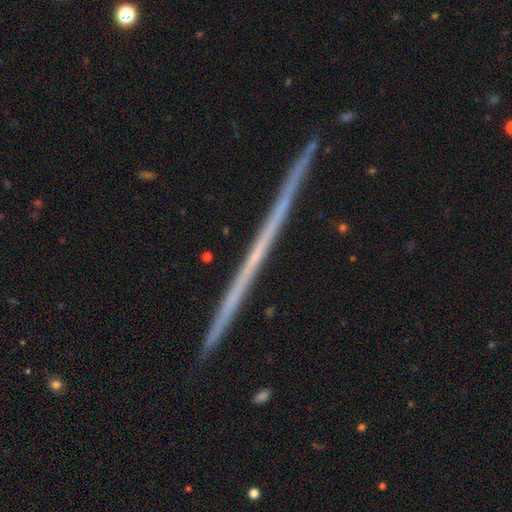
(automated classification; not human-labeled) Q: Smooth or featured?
A: featured or disk (70%); runner-up: smooth (20%)
Q: Edge-on disk?
A: yes (98%); runner-up: no (2%)
Q: Edge-on bulge?
A: none (90%); runner-up: rounded (7%)
Q: Merging?
A: none (91%); runner-up: minor disturbance (6%)